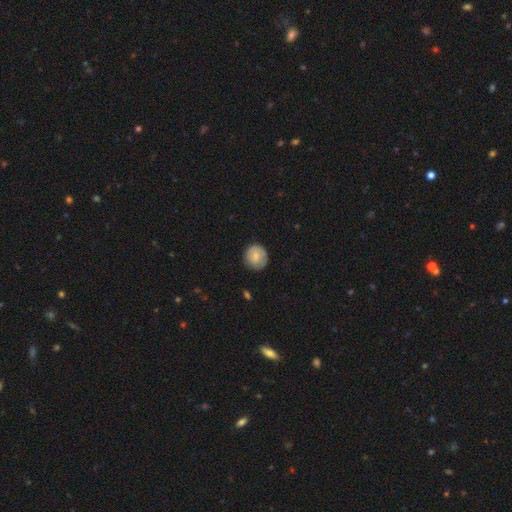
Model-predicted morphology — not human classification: The model was most divided on "smooth or featured": smooth: 75%, featured or disk: 19%, star or artifact: 7%. More confident: how rounded — round (91%); merging — none (81%).